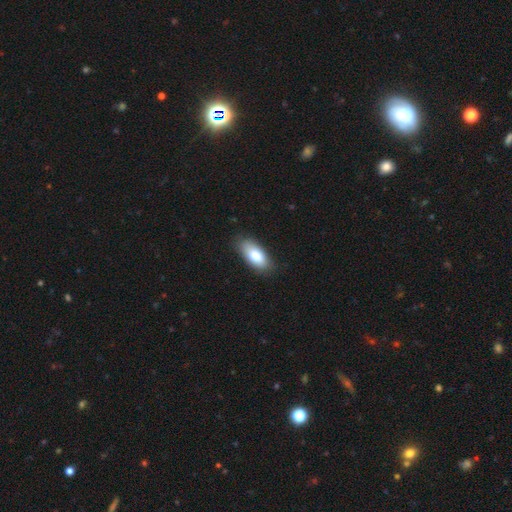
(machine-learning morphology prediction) type=smooth (77%); roundness=in between (89%); merging=none (81%).